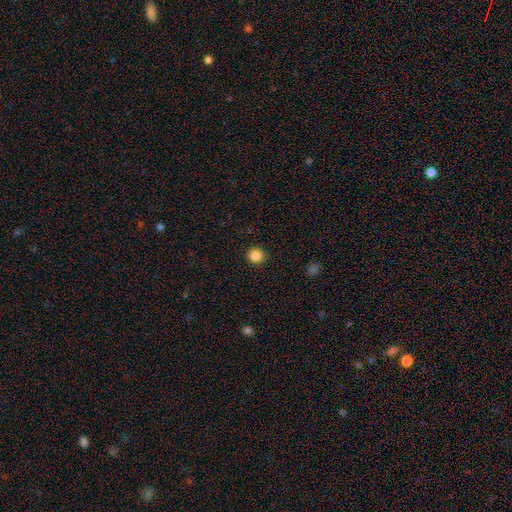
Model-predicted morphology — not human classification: type=smooth (86%); roundness=round (92%); merging=none (92%).